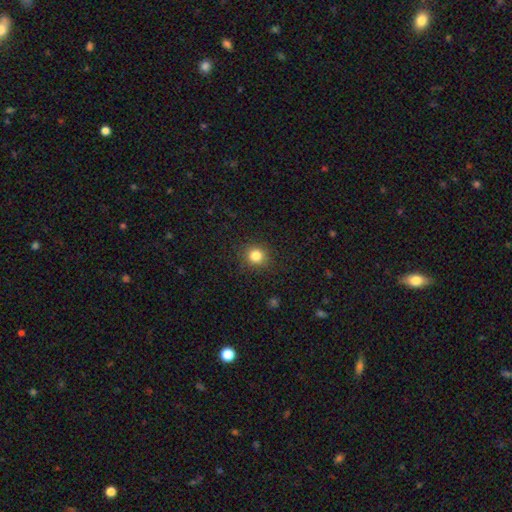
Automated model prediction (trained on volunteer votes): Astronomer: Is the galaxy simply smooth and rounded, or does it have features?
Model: smooth — 83%.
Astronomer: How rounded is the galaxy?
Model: round — 90%.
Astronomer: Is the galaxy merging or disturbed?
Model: none — 90%.